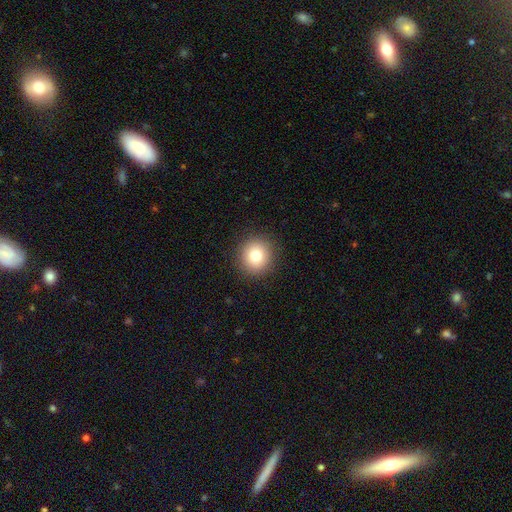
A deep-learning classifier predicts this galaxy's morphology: Q: Smooth or featured?
A: smooth (81%); runner-up: star or artifact (11%)
Q: How rounded?
A: round (91%); runner-up: in between (8%)
Q: Merging?
A: none (91%); runner-up: minor disturbance (6%)